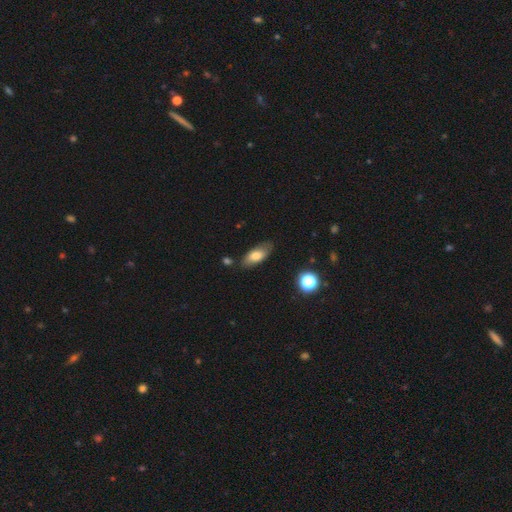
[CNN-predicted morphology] Smooth or featured? smooth (74%)
How rounded? in between (83%)
Merging? none (78%)